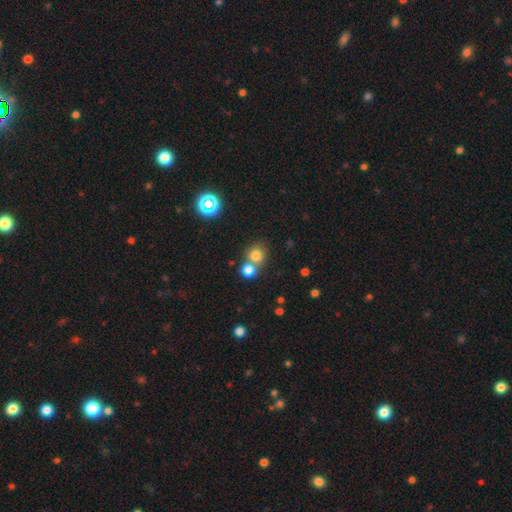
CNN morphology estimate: type=smooth (77%); roundness=round (85%); merging=none (51%).